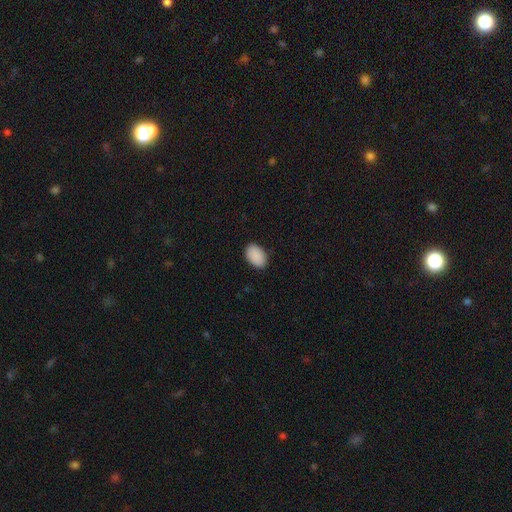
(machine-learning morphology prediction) Smooth or featured? Predicted: smooth (p=0.91). How rounded? Predicted: in between (p=0.87). Merging? Predicted: none (p=0.88).